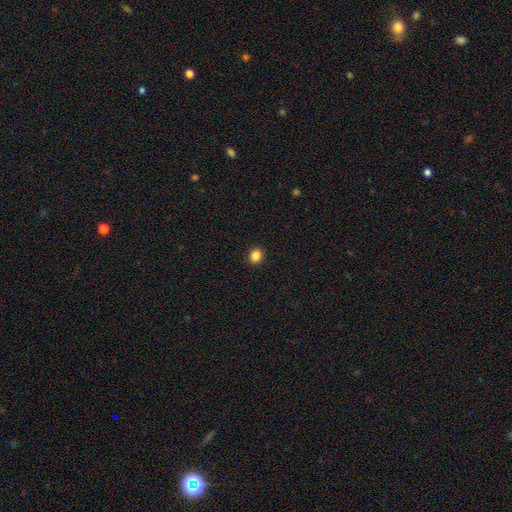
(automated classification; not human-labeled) This is clearly a smooth galaxy (86%). How rounded: clearly round (86%). Merging: clearly none (92%).